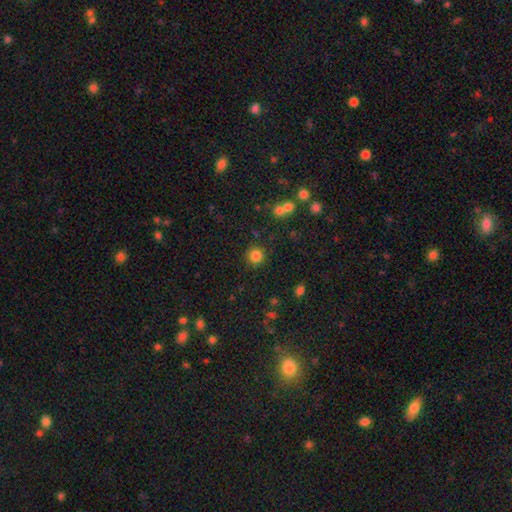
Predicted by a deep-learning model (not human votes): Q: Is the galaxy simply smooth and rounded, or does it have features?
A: smooth — 83%.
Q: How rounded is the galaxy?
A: round — 93%.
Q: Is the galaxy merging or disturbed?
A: none — 87%.